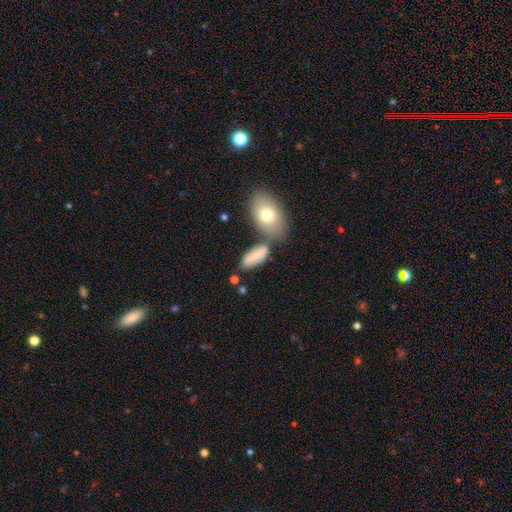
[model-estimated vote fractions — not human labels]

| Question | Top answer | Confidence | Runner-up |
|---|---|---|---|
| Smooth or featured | smooth | 75% | featured or disk (17%) |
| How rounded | in between | 81% | cigar-shaped (16%) |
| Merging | none | 49% | merger (26%) |